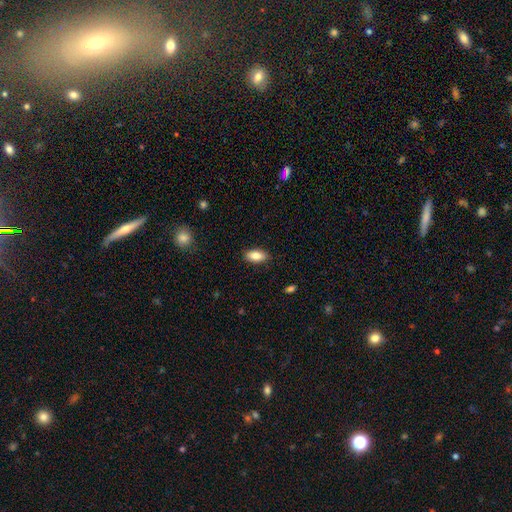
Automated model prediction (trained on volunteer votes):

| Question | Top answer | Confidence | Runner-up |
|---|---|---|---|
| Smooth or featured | smooth | 84% | featured or disk (9%) |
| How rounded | in between | 90% | cigar-shaped (7%) |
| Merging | none | 87% | minor disturbance (10%) |